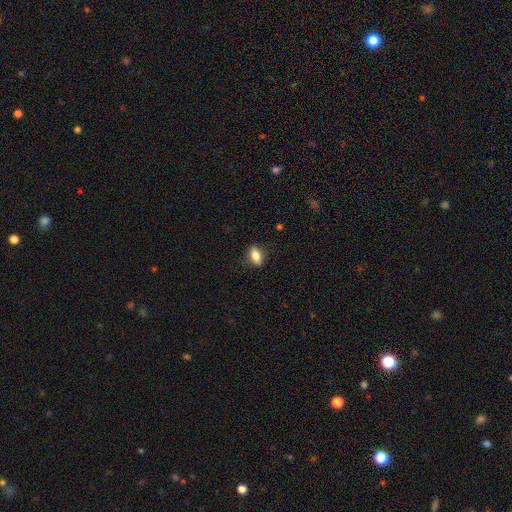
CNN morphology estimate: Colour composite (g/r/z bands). It shows a smooth galaxy with no disk features (79%) that is in between round and cigar-shaped (81%). Merging: none (83%).